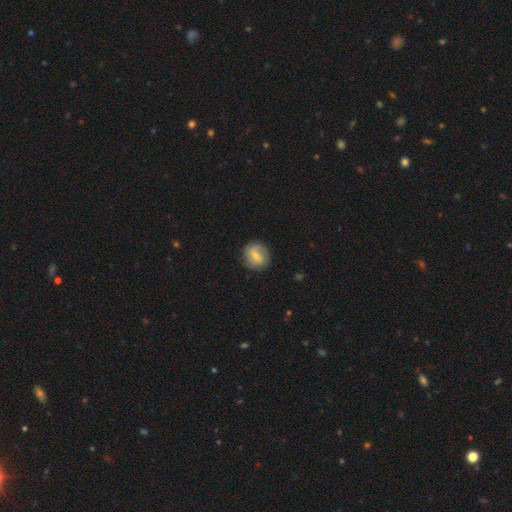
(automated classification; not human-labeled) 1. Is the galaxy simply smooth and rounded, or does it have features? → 49% smooth, 44% featured or disk, 7% star or artifact.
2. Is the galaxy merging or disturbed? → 81% none, 14% minor disturbance, 4% major disturbance, 1% merger.